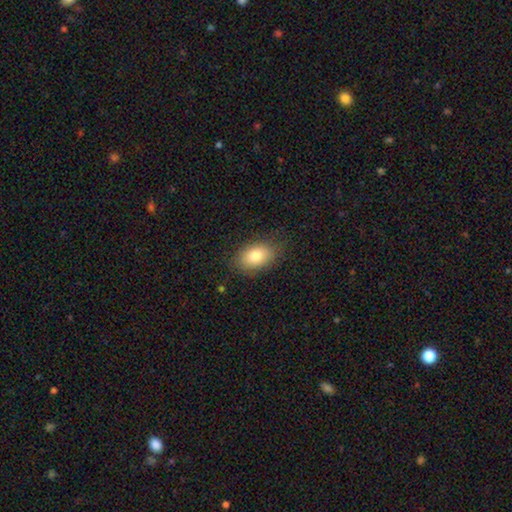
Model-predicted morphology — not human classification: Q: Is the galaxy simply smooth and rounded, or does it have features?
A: smooth — 80%.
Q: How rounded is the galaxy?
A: in between — 85%.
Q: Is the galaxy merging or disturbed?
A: none — 81%.